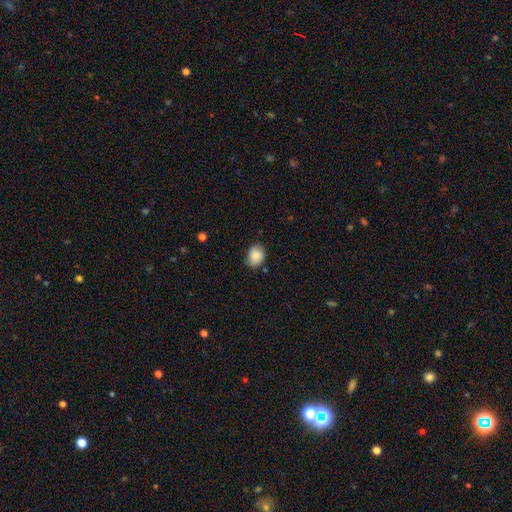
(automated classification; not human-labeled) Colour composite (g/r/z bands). It shows a smooth galaxy with no disk features (85%) that is round (54%). Merging: none (78%).